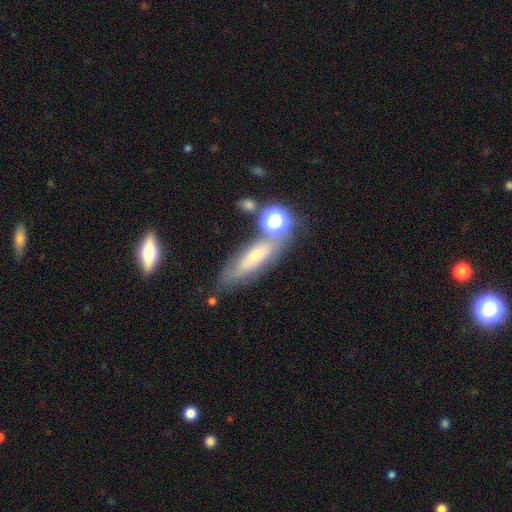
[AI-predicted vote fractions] Smooth or featured? smooth (52%)
How rounded? cigar-shaped (48%)
Merging? none (57%)